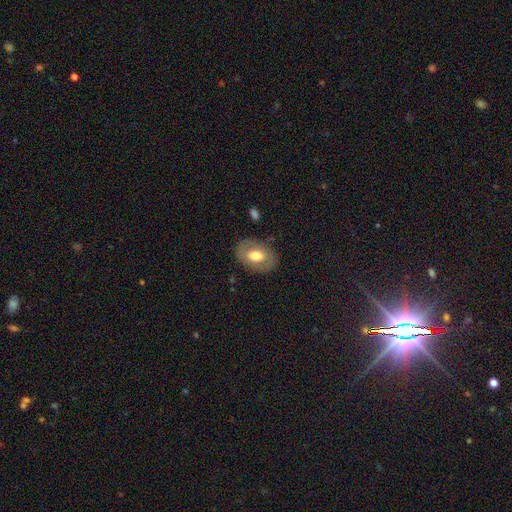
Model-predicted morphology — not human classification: Overall: smooth (55%; featured or disk 38%). How rounded: in between (77%). Merging: none (81%).